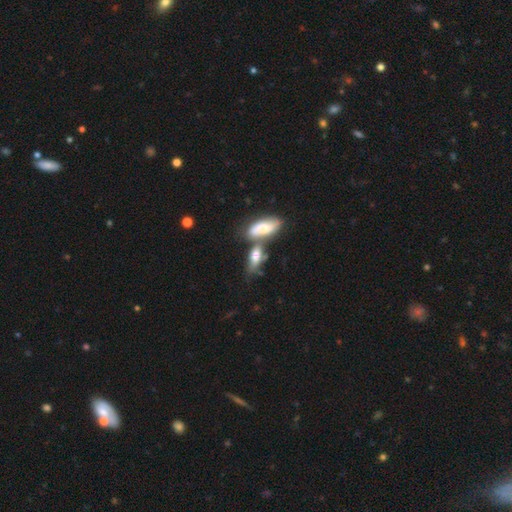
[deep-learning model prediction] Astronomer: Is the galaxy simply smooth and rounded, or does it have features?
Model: smooth — 64%.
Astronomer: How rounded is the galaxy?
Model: in between — 77%.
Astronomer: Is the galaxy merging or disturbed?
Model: merger — 48% (runner-up: none, 33%).